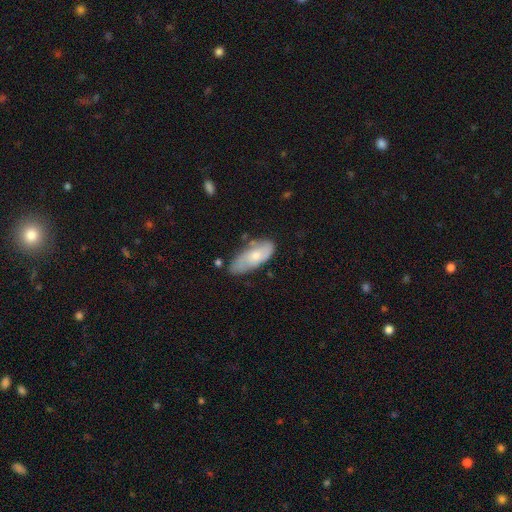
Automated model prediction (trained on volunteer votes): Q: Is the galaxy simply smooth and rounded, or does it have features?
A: smooth — 60%.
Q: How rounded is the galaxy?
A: in between — 81%.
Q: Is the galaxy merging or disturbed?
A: none — 61%.